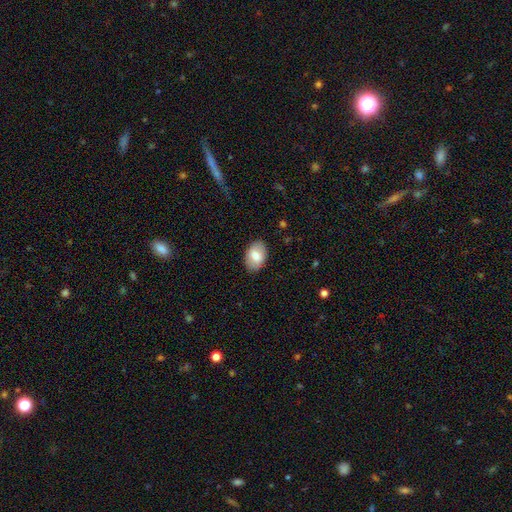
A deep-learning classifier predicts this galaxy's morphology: A smooth galaxy with no disk features (76%) that is in between round and cigar-shaped (88%).

Vote fractions:
- Smooth or featured? smooth: 76% / featured or disk: 18% / star or artifact: 7%
- How rounded? in between: 88% / round: 11% / cigar-shaped: 1%
- Merging? none: 87% / minor disturbance: 10% / major disturbance: 2% / merger: 1%